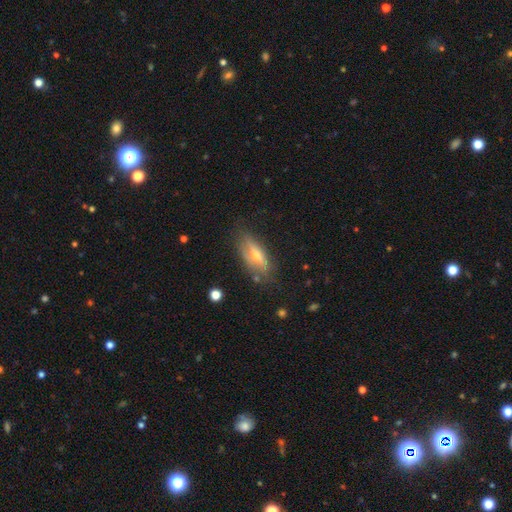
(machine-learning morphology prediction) Q: Smooth or featured?
A: featured or disk (54%); runner-up: smooth (38%)
Q: Edge-on disk?
A: yes (75%); runner-up: no (25%)
Q: Merging?
A: none (74%); runner-up: minor disturbance (19%)